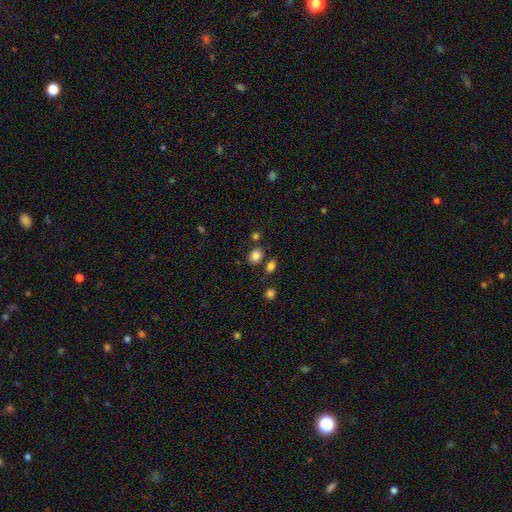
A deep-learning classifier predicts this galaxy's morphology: A smooth galaxy with no disk features (83%) that is in between round and cigar-shaped (54%).

Vote fractions:
- Smooth or featured? smooth: 83% / star or artifact: 11% / featured or disk: 6%
- How rounded? in between: 54% / round: 45% / cigar-shaped: 1%
- Merging? none: 75% / minor disturbance: 11% / merger: 10% / major disturbance: 4%